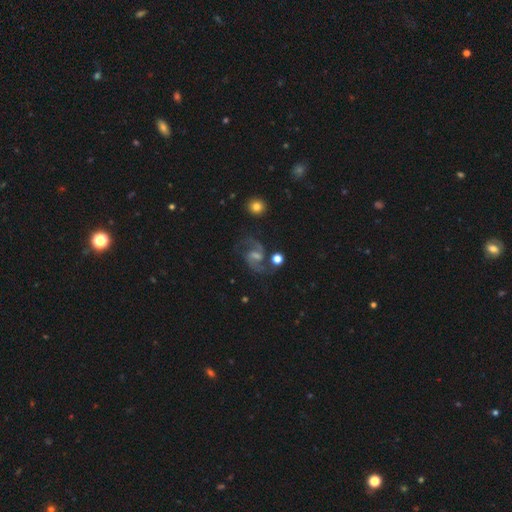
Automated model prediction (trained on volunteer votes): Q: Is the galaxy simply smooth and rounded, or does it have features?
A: featured or disk — 85%.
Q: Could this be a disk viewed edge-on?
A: no — 98%.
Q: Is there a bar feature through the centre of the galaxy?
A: weak — 57%.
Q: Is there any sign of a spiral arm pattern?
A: yes — 96%.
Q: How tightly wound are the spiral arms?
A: medium — 53%.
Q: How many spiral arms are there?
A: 2 — 93%.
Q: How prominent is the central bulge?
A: small — 45%.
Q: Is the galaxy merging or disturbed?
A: none — 73%.